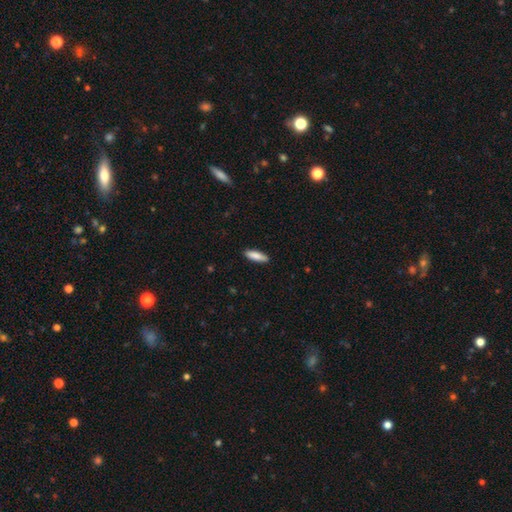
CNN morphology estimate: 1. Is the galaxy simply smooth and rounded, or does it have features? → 85% smooth, 10% featured or disk, 6% star or artifact.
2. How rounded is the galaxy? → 52% cigar-shaped, 46% in between, 2% round.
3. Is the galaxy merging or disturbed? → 88% none, 9% minor disturbance, 2% major disturbance, 1% merger.